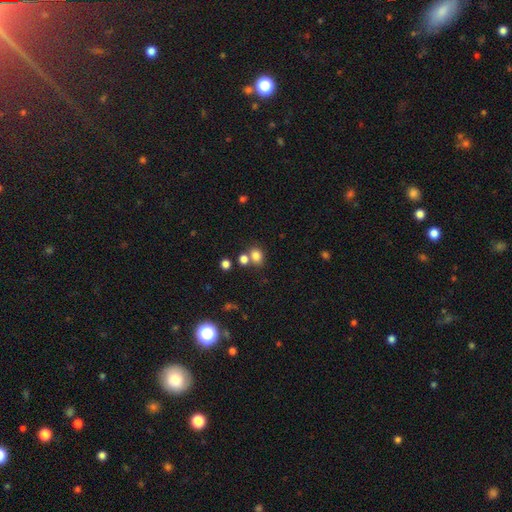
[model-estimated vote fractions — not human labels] smooth 79%, star or artifact 13%, featured or disk 7%. Down the decision tree: how rounded — in between (51%); merging — none (55%).